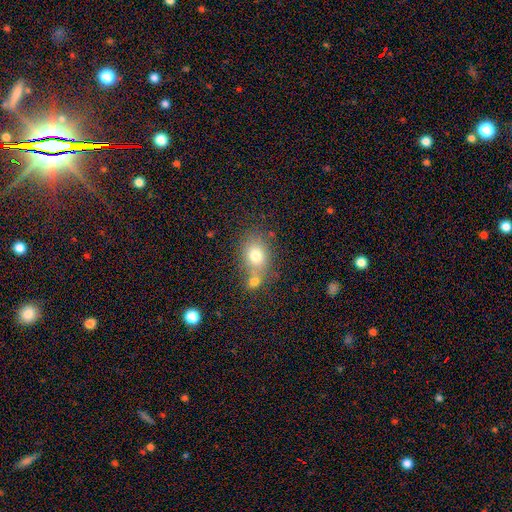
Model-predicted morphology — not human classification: Overall: smooth (75%). How rounded: in between (60%; round 38%). Merging: none (46%; merger 36%).